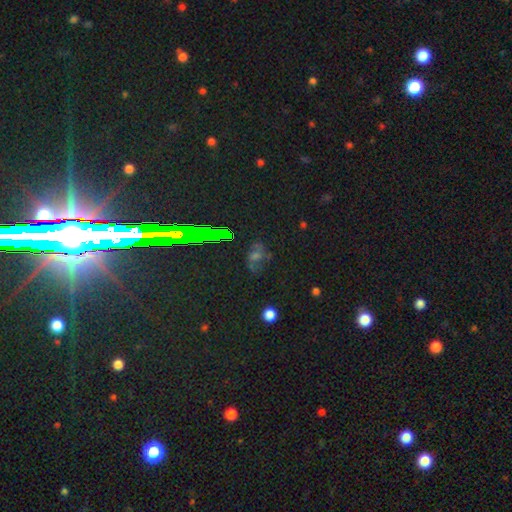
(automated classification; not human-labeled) A star or artifact, not a galaxy (42%).

Vote fractions:
- Smooth or featured? star or artifact: 42% / featured or disk: 33% / smooth: 25%